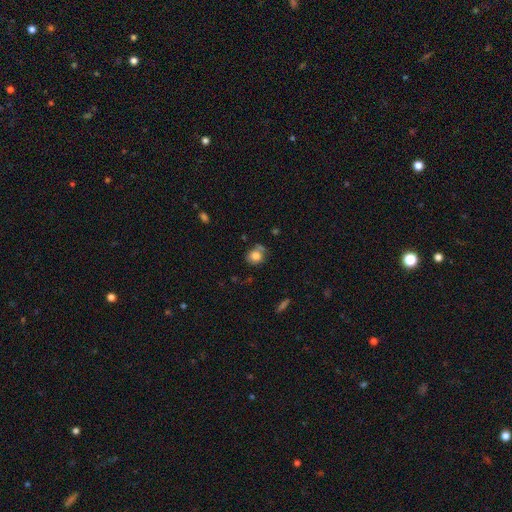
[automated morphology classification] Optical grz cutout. It shows a smooth galaxy with no disk features (78%) that is round (69%). Merging: none (60%).